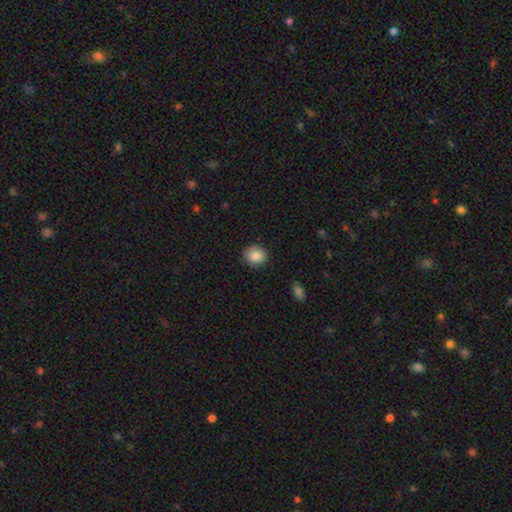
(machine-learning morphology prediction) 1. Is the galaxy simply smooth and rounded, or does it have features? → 87% smooth, 8% star or artifact, 5% featured or disk.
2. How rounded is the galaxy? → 74% round, 25% in between, 1% cigar-shaped.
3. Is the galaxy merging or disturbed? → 85% none, 11% minor disturbance, 2% major disturbance, 1% merger.